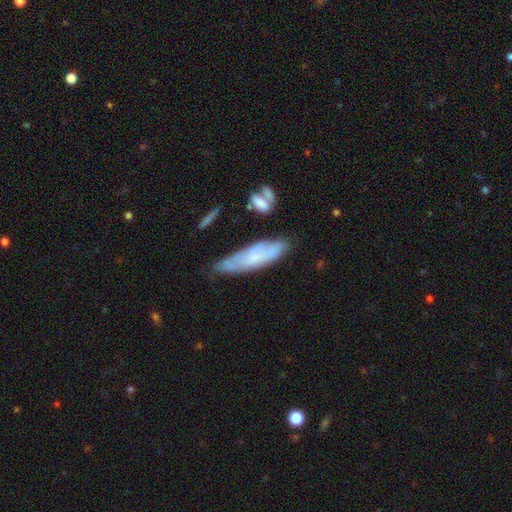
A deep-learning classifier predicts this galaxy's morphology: Smooth or featured? Predicted: smooth (p=0.55). How rounded? Predicted: cigar-shaped (p=0.60). Merging? Predicted: none (p=0.59).